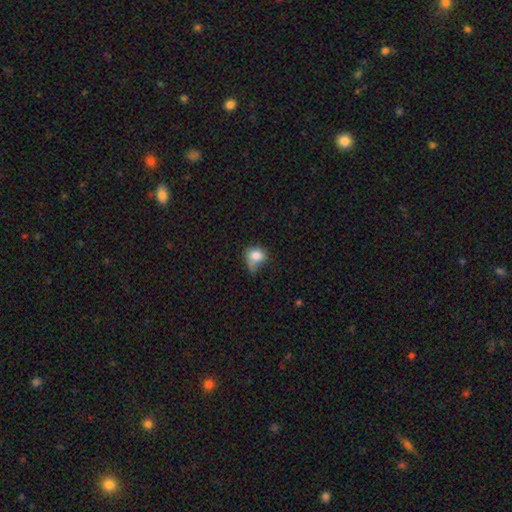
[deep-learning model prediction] A smooth galaxy with no disk features (80%) that is round (55%).

Vote fractions:
- Smooth or featured? smooth: 80% / featured or disk: 11% / star or artifact: 10%
- How rounded? round: 55% / in between: 44% / cigar-shaped: 1%
- Merging? minor disturbance: 35% / none: 30% / major disturbance: 25% / merger: 11%